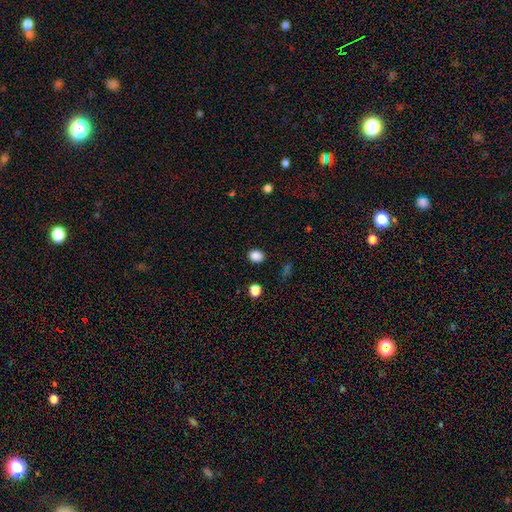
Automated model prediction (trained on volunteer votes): smooth 86%, star or artifact 11%, featured or disk 3%. Down the decision tree: how rounded — round (58%); merging — none (89%).